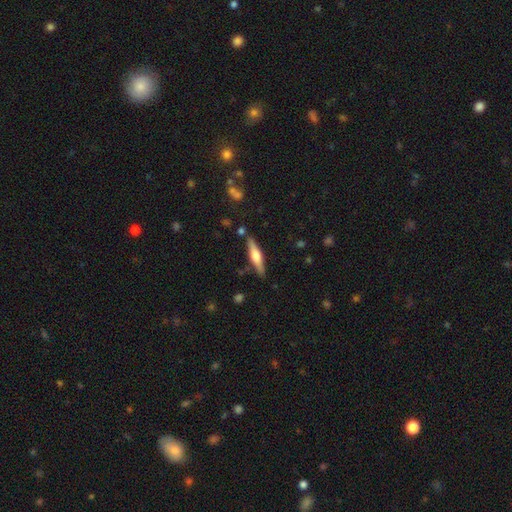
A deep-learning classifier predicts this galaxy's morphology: smooth_or_featured: featured or disk (p=0.55) [alt: smooth p=0.39]
disk_edge_on: yes (p=0.96) [alt: no p=0.04]
edge_on_bulge: rounded (p=0.85) [alt: boxy p=0.11]
merging: none (p=0.85) [alt: minor disturbance p=0.10]